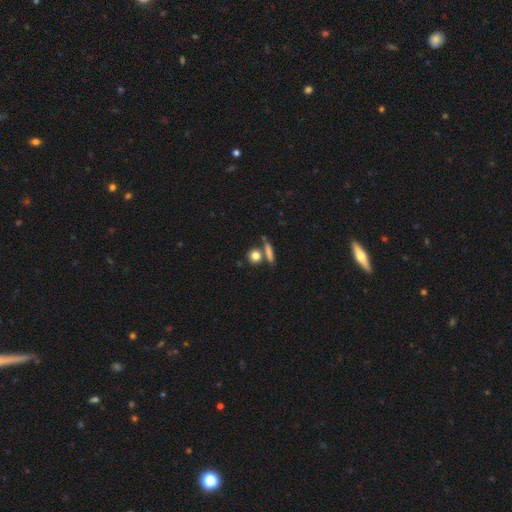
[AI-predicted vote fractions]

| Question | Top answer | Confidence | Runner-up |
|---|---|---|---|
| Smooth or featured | smooth | 81% | star or artifact (10%) |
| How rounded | round | 71% | in between (19%) |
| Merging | none | 67% | merger (19%) |